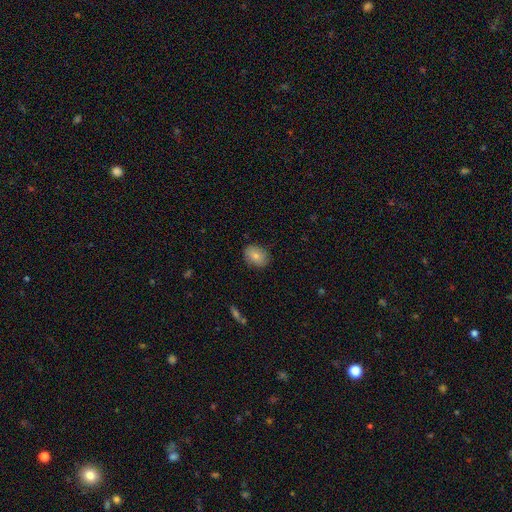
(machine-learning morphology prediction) Overall: smooth (79%). How rounded: in between (67%; round 32%). Merging: none (84%).